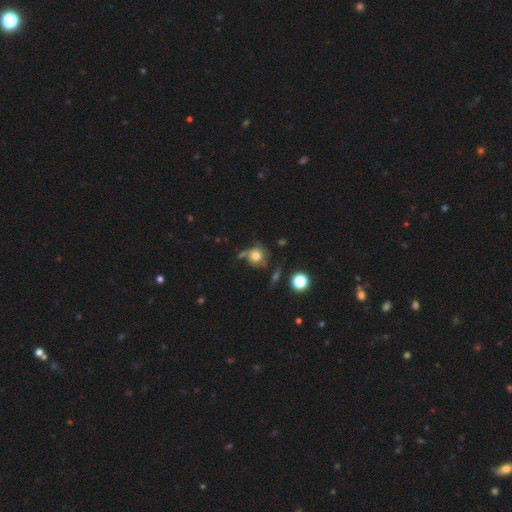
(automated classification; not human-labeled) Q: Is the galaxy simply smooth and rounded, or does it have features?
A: smooth — 69%.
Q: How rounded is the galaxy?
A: round — 86%.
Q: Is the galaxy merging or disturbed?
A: none — 55%.